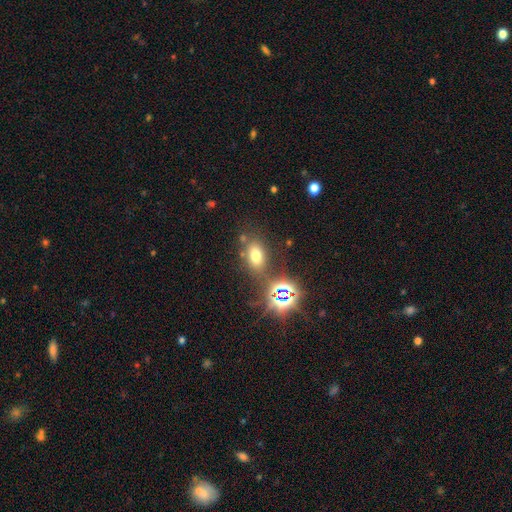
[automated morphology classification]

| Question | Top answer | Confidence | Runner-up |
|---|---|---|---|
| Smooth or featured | smooth | 63% | star or artifact (26%) |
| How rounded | in between | 77% | round (20%) |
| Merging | none | 72% | minor disturbance (13%) |